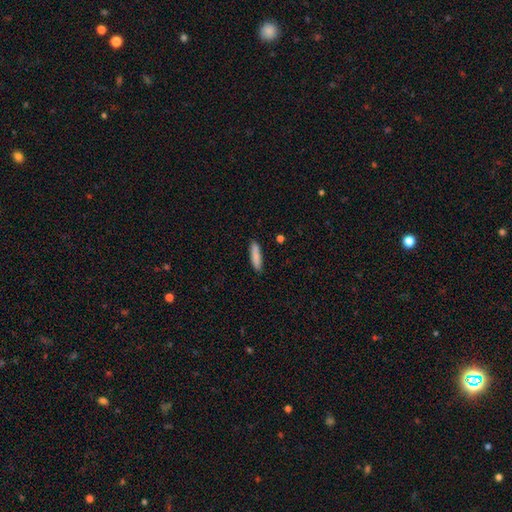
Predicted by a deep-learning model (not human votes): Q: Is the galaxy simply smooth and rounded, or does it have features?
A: smooth — 86%.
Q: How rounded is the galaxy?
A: cigar-shaped — 77%.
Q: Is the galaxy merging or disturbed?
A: none — 88%.